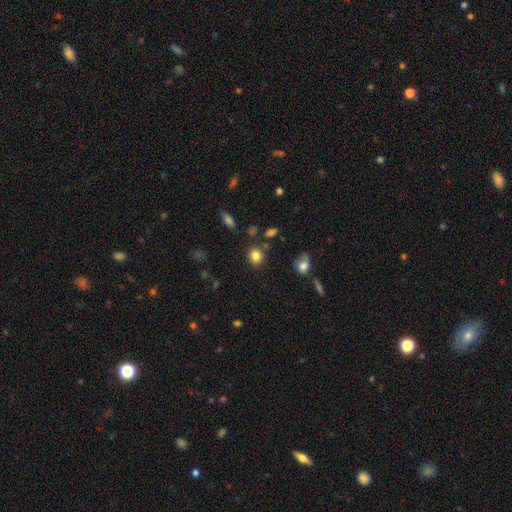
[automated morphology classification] Smooth or featured? Predicted: smooth (p=0.84). How rounded? Predicted: round (p=0.77). Merging? Predicted: none (p=0.84).